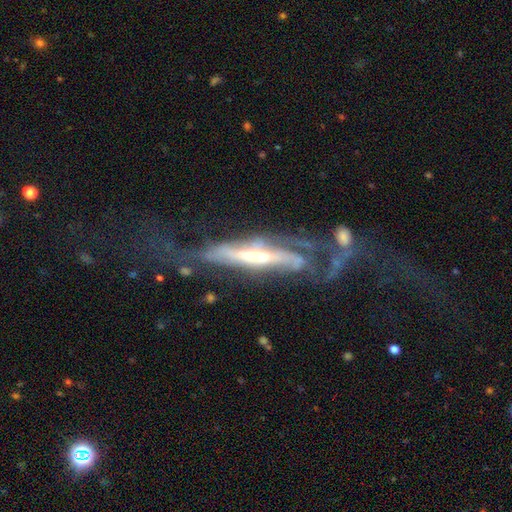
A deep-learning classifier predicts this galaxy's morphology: Smooth or featured? featured or disk (81%)
Edge-on disk? yes (61%)
Merging? major disturbance (42%)